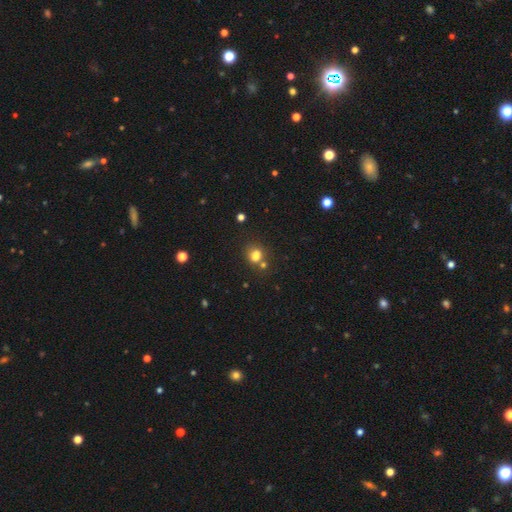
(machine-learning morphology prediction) type=smooth (76%); roundness=round (61%); merging=none (53%).